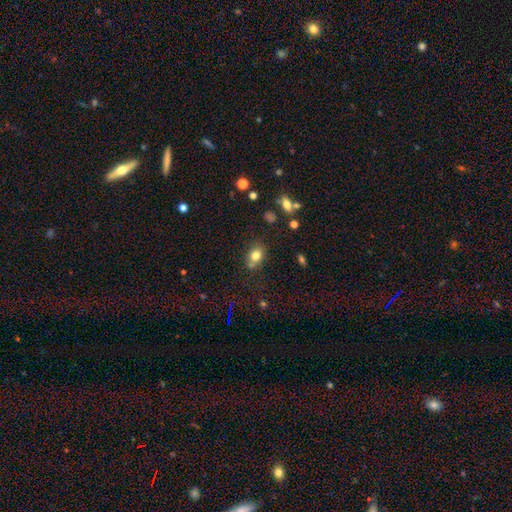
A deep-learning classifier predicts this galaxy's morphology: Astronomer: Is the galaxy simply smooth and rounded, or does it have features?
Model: smooth — 77%.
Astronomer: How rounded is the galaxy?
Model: in between — 53% (runner-up: round, 45%).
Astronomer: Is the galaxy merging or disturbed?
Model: none — 62%.